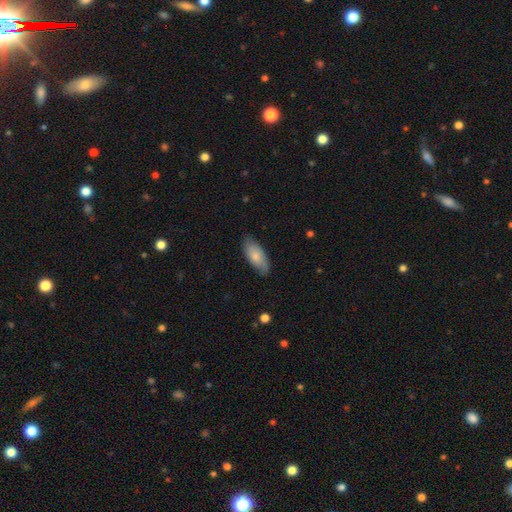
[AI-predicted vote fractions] smooth 75%, featured or disk 19%, star or artifact 6%. Down the decision tree: how rounded — in between (87%); merging — none (79%).